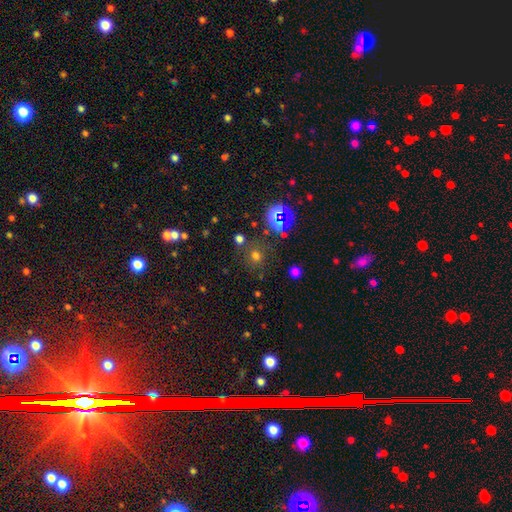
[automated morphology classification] A smooth galaxy with no disk features (59%) that is round (85%). Merging: none (76%).